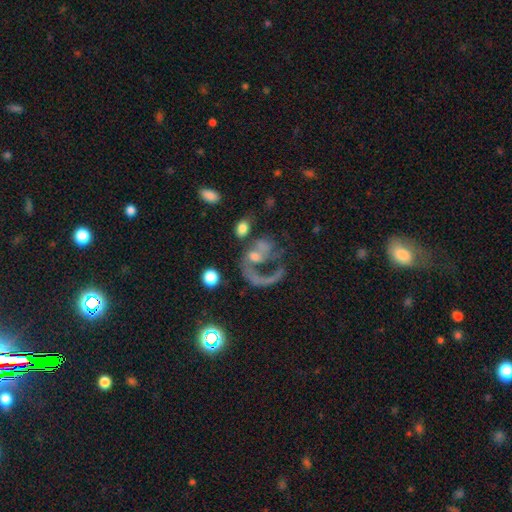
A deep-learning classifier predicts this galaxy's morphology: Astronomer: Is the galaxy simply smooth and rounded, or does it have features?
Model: featured or disk — 67%.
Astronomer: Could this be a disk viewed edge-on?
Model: no — 97%.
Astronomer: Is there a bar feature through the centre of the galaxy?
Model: no — 72%.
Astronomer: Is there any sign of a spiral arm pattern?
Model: yes — 67%.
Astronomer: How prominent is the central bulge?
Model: small — 36% (runner-up: moderate, 29%).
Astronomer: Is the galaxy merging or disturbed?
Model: major disturbance — 40% (runner-up: none, 27%).